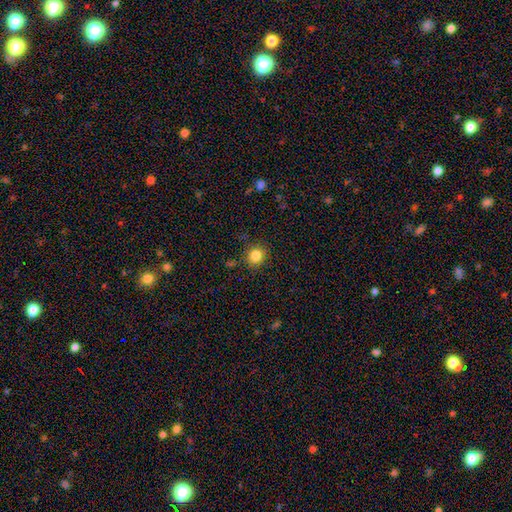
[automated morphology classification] smooth-or-featured: smooth: 83% | star or artifact: 12% | featured or disk: 5%
  how-rounded: round: 78% | in between: 21% | cigar-shaped: 1%
  merging: none: 87% | minor disturbance: 9% | major disturbance: 3% | merger: 2%